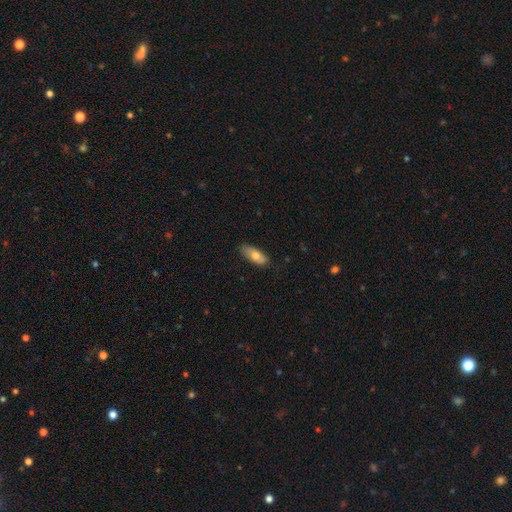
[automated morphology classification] Smooth or featured? Predicted: smooth (p=0.73). How rounded? Predicted: in between (p=0.80). Merging? Predicted: none (p=0.79).